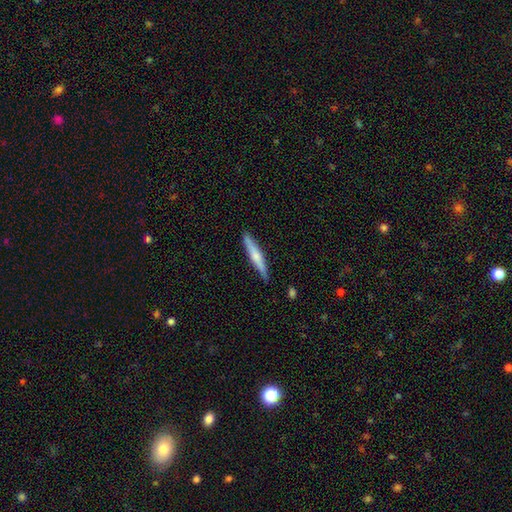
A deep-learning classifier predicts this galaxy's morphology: Overall: smooth (52%; featured or disk 43%). How rounded: cigar-shaped (93%). Merging: none (88%).